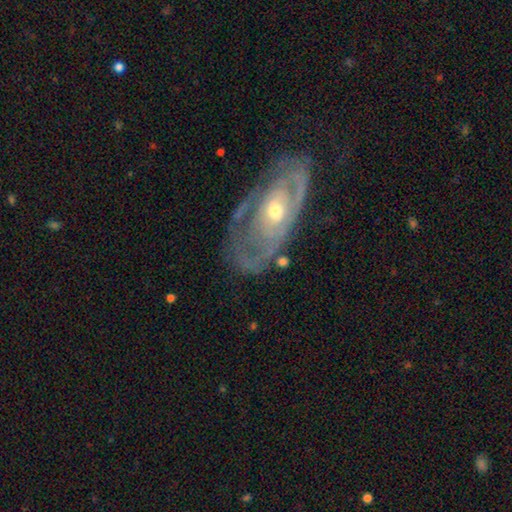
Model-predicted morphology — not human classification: smooth_or_featured: featured or disk (p=0.80) [alt: smooth p=0.14]
disk_edge_on: no (p=0.91) [alt: yes p=0.09]
bar: no (p=0.77) [alt: weak p=0.17]
has_spiral_arms: yes (p=0.71) [alt: no p=0.29]
spiral_winding: tight (p=0.61) [alt: medium p=0.28]
spiral_arm_count: can't tell (p=0.44) [alt: 2 p=0.33]
bulge_size: moderate (p=0.56) [alt: small p=0.39]
merging: none (p=0.62) [alt: minor disturbance p=0.21]